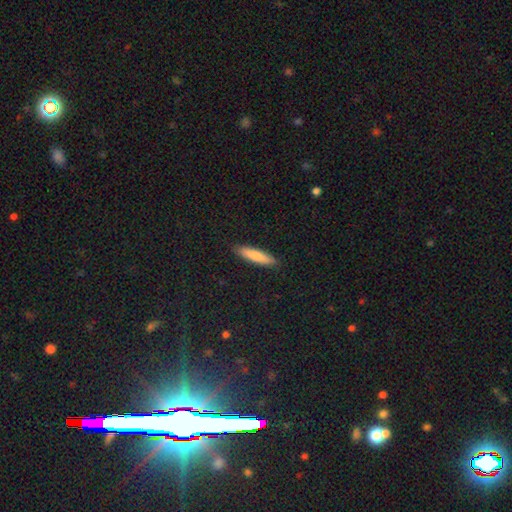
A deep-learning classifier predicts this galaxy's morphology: A smooth galaxy with no disk features (81%) that is cigar-shaped (82%). Merging: none (90%).